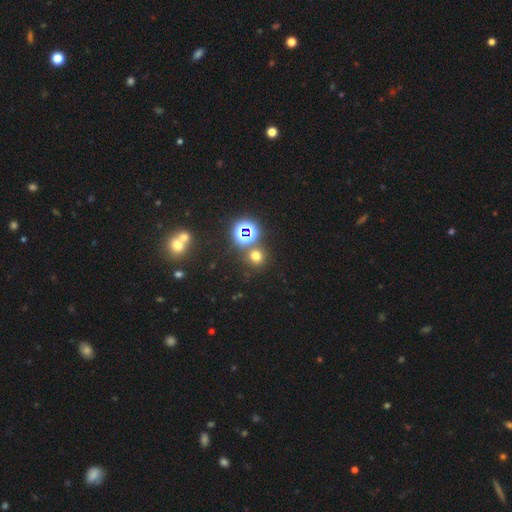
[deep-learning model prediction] Smooth or featured? Predicted: smooth (p=0.59). How rounded? Predicted: round (p=0.89). Merging? Predicted: none (p=0.79).